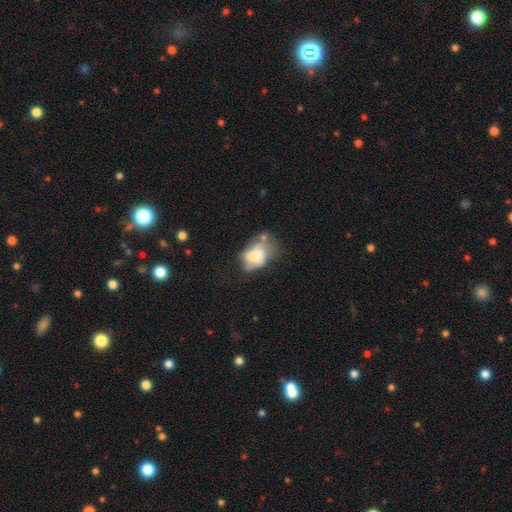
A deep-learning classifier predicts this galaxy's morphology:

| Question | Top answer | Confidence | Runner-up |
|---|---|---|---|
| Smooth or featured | smooth | 59% | featured or disk (32%) |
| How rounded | in between | 78% | round (21%) |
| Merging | minor disturbance | 32% | none (28%) |